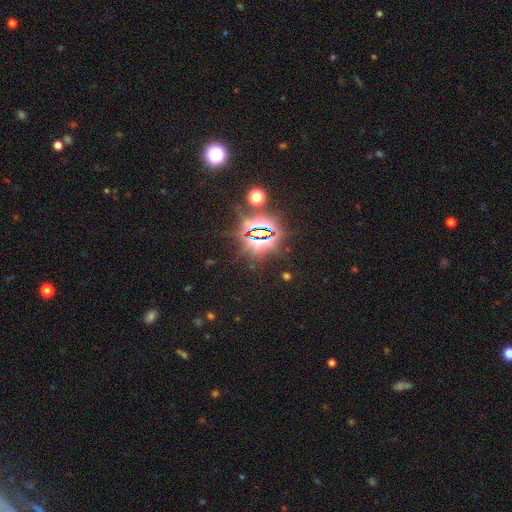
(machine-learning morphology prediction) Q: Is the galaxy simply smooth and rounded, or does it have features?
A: star or artifact — 82%.